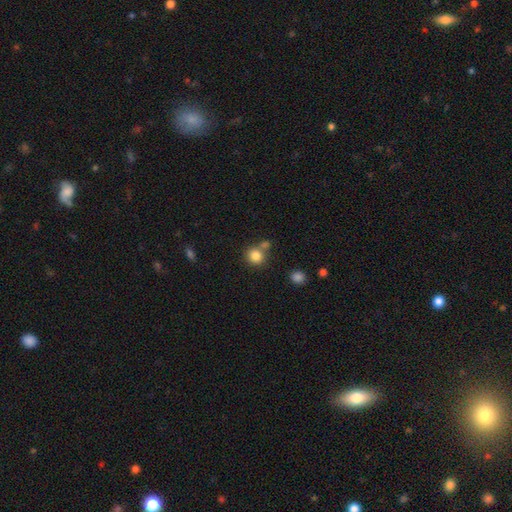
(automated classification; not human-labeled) Morphology: type=smooth (82%); roundness=round (88%); merging=none (65%).